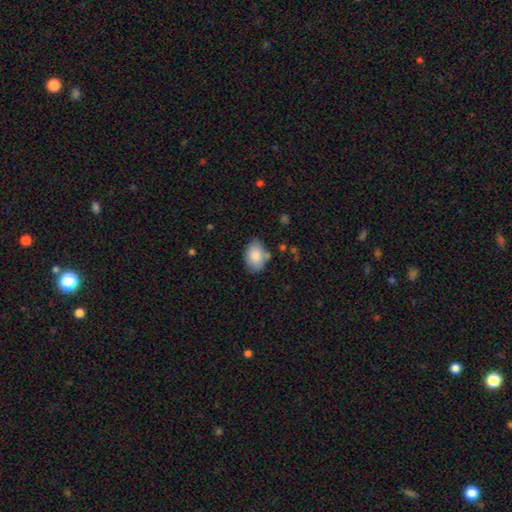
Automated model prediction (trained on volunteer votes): Smooth or featured? smooth (84%)
How rounded? in between (85%)
Merging? none (72%)